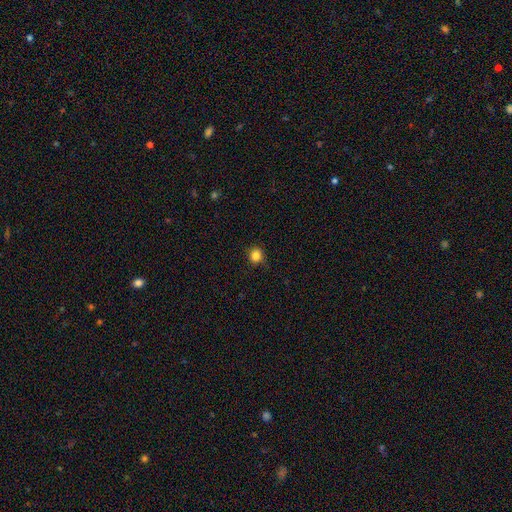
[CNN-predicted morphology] A smooth galaxy with no disk features (84%) that is round (89%). Merging: none (87%).